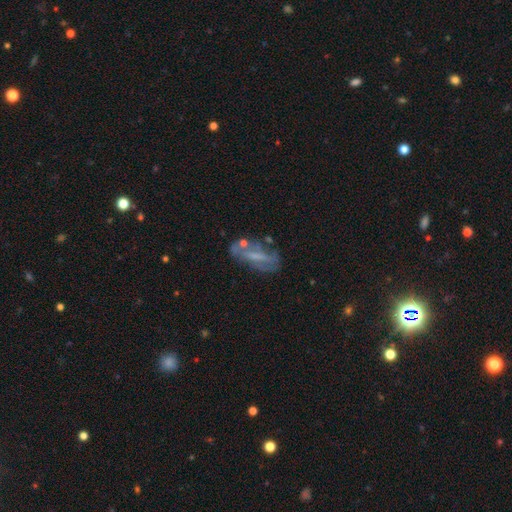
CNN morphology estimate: Q: Smooth or featured?
A: featured or disk (58%); runner-up: smooth (31%)
Q: Edge-on disk?
A: no (81%); runner-up: yes (19%)
Q: Merging?
A: none (55%); runner-up: minor disturbance (22%)